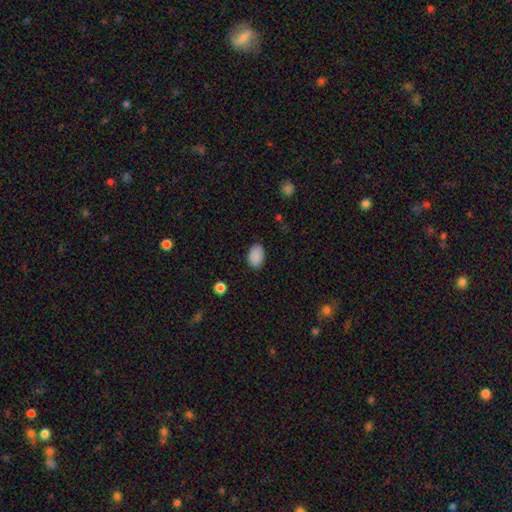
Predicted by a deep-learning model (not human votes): smooth_or_featured: smooth (p=0.89) [alt: star or artifact p=0.08]
how_rounded: in between (p=0.87) [alt: round p=0.12]
merging: none (p=0.85) [alt: minor disturbance p=0.11]